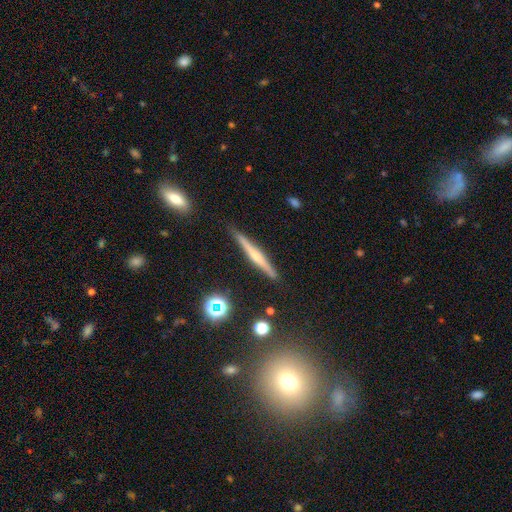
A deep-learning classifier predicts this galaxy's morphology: Smooth or featured: featured or disk — 62% (smooth — 29%)
Edge-on disk: yes — 98% (no — 2%)
Edge-on bulge: rounded — 63% (none — 25%)
Merging: none — 88% (minor disturbance — 9%)